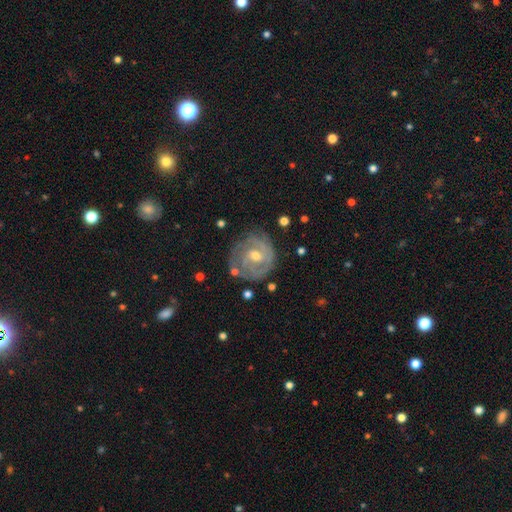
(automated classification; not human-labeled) A featured or disk galaxy (82%) with no bar (46%), 2 (45%) tight (68%) spiral arms (90%) and a moderate central bulge (60%).

Vote fractions:
- Smooth or featured? featured or disk: 82% / smooth: 12% / star or artifact: 6%
- Edge-on disk? no: 97% / yes: 3%
- Bar? no: 46% / weak: 44% / strong: 11%
- Spiral arms? yes: 90% / no: 10%
- Spiral winding? tight: 68% / medium: 26% / loose: 7%
- Spiral arm count? 2: 45% / can't tell: 27% / 3: 14% / 1: 6% / 4: 4% / more than 4: 3%
- Bulge size? moderate: 60% / small: 36% / large: 2% / none: 1% / dominant: 1%
- Merging? none: 74% / minor disturbance: 17% / major disturbance: 6% / merger: 3%